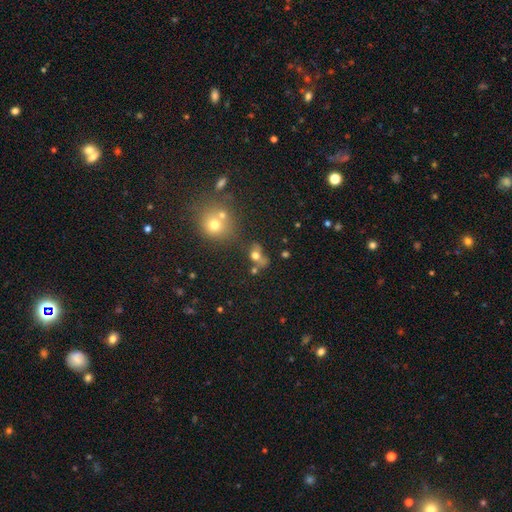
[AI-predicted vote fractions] This appears to be a smooth galaxy with no disk features (65%) that is round (49%). Merging: none (40%).